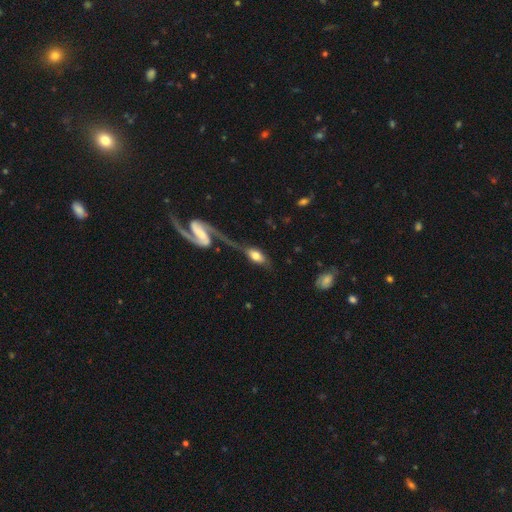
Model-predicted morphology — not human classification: A smooth galaxy with no disk features (57%) that is in between round and cigar-shaped (86%). Merging: merger (41%).